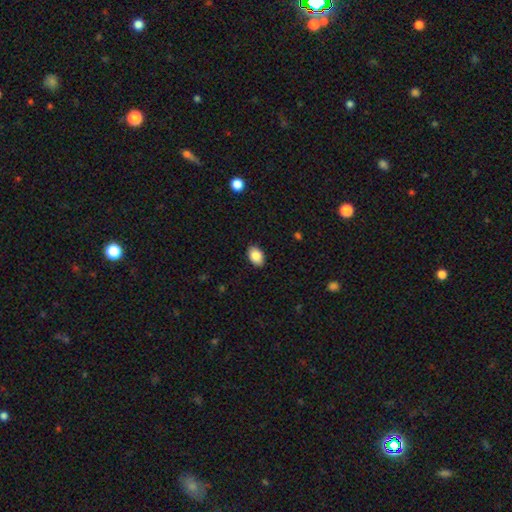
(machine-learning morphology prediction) Overall: smooth (87%). How rounded: in between (88%). Merging: none (89%).